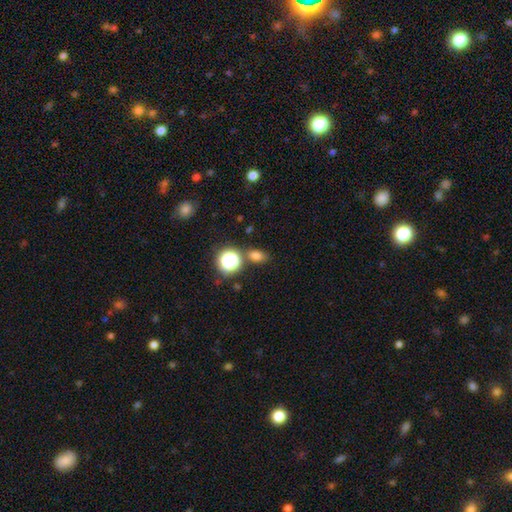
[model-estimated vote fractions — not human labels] Overall: smooth (72%). How rounded: in between (65%; round 33%). Merging: none (76%).